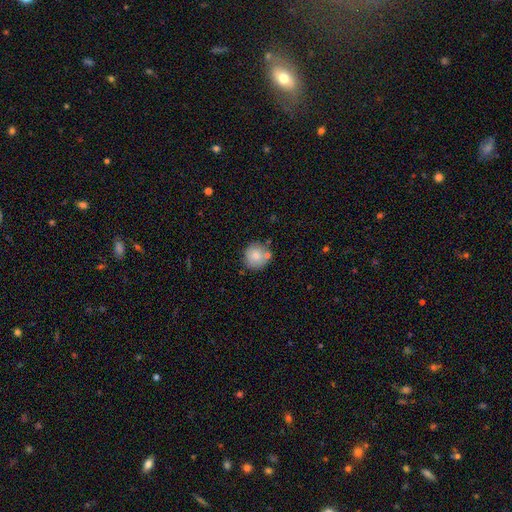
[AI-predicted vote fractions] This appears to be a smooth galaxy with no disk features (79%) that is round (93%). Merging: none (72%).